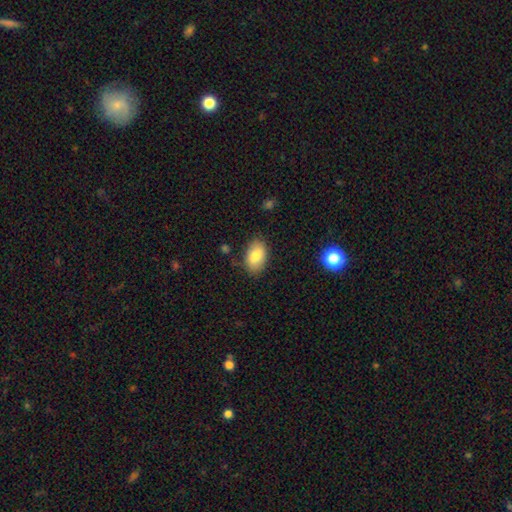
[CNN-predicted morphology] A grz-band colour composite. It shows a smooth galaxy with no disk features (82%) that is in between round and cigar-shaped (91%). Merging: none (82%).